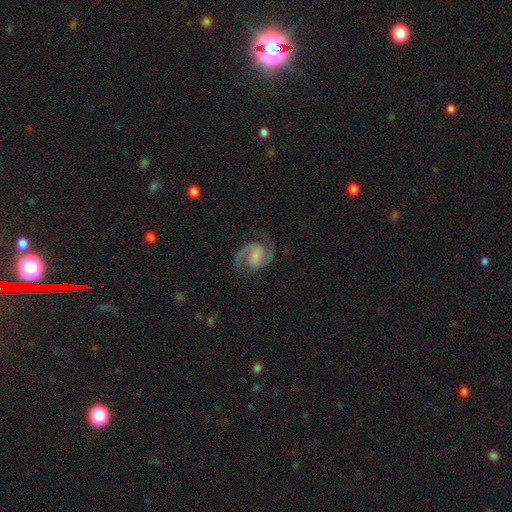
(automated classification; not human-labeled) smooth_or_featured: featured or disk (p=0.89) [alt: smooth p=0.06]
disk_edge_on: no (p=0.98) [alt: yes p=0.02]
bar: weak (p=0.45) [alt: no p=0.33]
has_spiral_arms: yes (p=0.98) [alt: no p=0.02]
spiral_winding: medium (p=0.61) [alt: tight p=0.23]
spiral_arm_count: 2 (p=0.94) [alt: can't tell p=0.02]
bulge_size: none (p=0.49) [alt: small p=0.19]
merging: none (p=0.80) [alt: minor disturbance p=0.13]